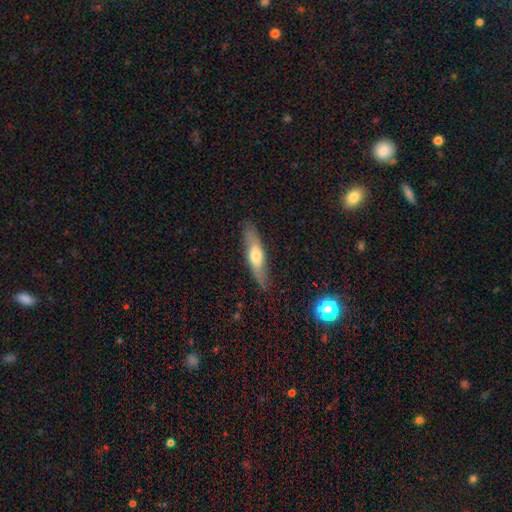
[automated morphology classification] The model was most divided on "smooth or featured": smooth: 54%, featured or disk: 40%, star or artifact: 6%. More confident: merging — none (82%); how rounded — cigar-shaped (67%).